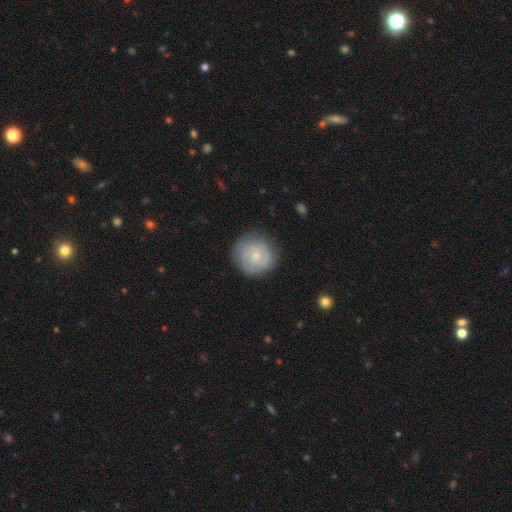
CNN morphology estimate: smooth-or-featured: featured or disk: 52% | smooth: 42% | star or artifact: 6%
  disk-edge-on: no: 98% | yes: 2%
    bar: no: 74% | weak: 23% | strong: 3%
    has-spiral-arms: yes: 84% | no: 16%
    bulge-size: small: 72% | moderate: 22% | none: 4% | large: 1% | dominant: 1%
  merging: none: 81% | minor disturbance: 14% | major disturbance: 4% | merger: 1%